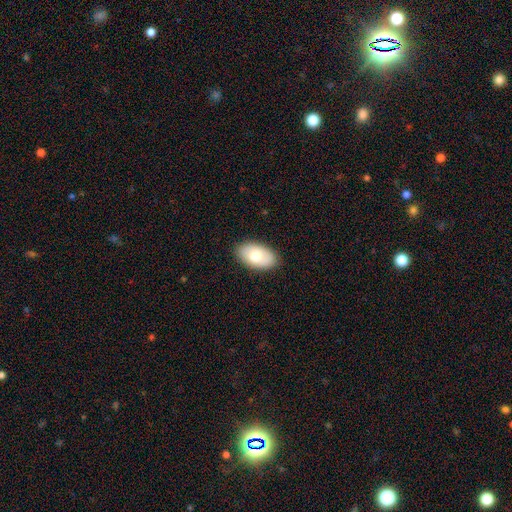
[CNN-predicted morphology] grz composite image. It shows a smooth galaxy with no disk features (73%) that is in between round and cigar-shaped (93%). Merging: none (87%).